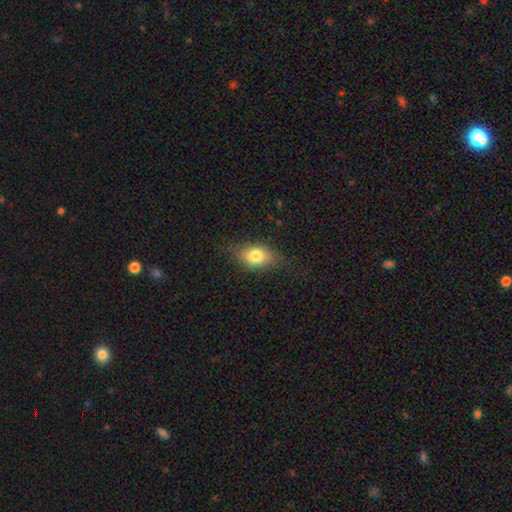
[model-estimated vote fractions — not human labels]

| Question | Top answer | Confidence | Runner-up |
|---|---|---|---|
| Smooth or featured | smooth | 77% | featured or disk (15%) |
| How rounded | in between | 77% | round (19%) |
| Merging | none | 71% | minor disturbance (21%) |